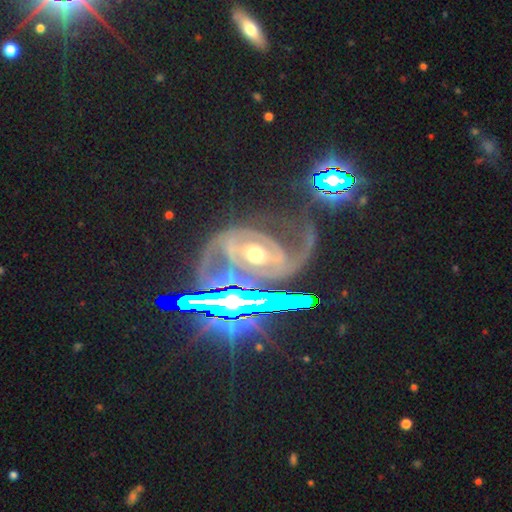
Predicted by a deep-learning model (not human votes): smooth_or_featured: featured or disk (p=0.85) [alt: star or artifact p=0.09]
disk_edge_on: no (p=0.97) [alt: yes p=0.03]
bar: no (p=0.44) [alt: strong p=0.29]
has_spiral_arms: yes (p=0.93) [alt: no p=0.07]
spiral_winding: medium (p=0.48) [alt: loose p=0.28]
spiral_arm_count: 2 (p=0.81) [alt: can't tell p=0.05]
bulge_size: moderate (p=0.73) [alt: small p=0.14]
merging: none (p=0.47) [alt: major disturbance p=0.27]